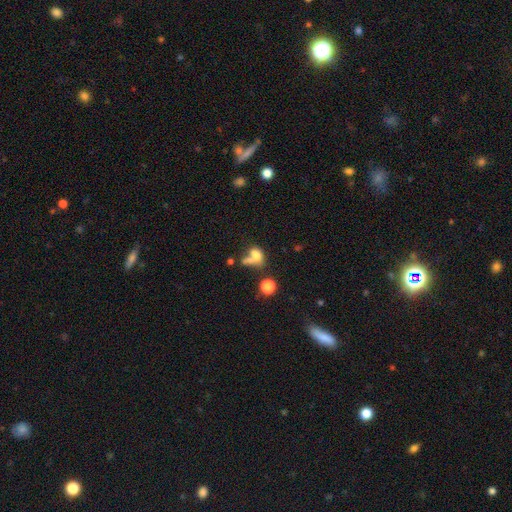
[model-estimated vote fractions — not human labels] smooth 70%, featured or disk 16%, star or artifact 14%. Down the decision tree: how rounded — in between (72%); merging — merger (43%).